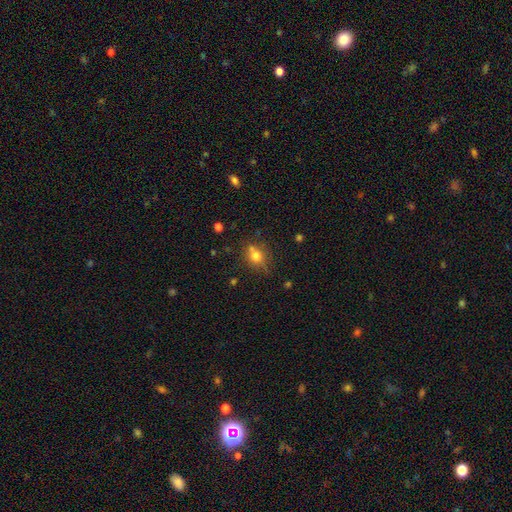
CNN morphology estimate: smooth 73%, star or artifact 14%, featured or disk 13%. Down the decision tree: how rounded — round (68%); merging — none (63%).